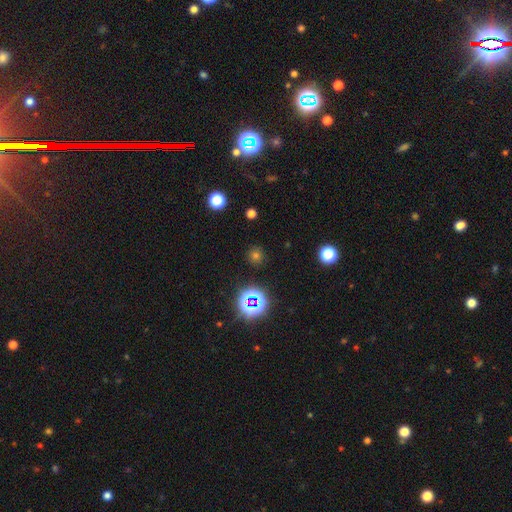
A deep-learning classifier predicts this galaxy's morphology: The model was most divided on "smooth or featured": smooth: 61%, star or artifact: 32%, featured or disk: 7%. More confident: how rounded — round (91%); merging — none (88%).